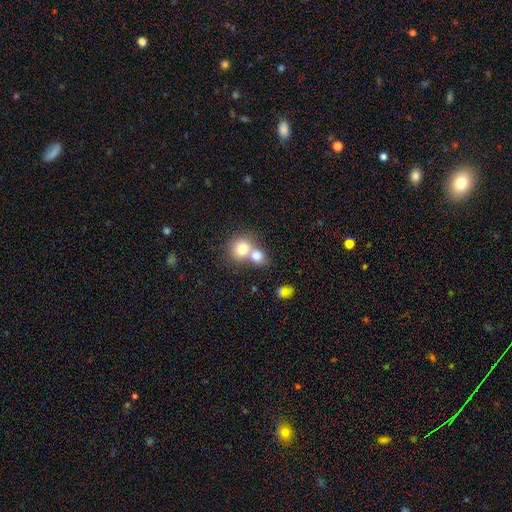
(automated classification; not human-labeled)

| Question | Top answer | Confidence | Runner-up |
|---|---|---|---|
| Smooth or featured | smooth | 76% | featured or disk (14%) |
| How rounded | round | 75% | in between (24%) |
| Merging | merger | 61% | none (31%) |